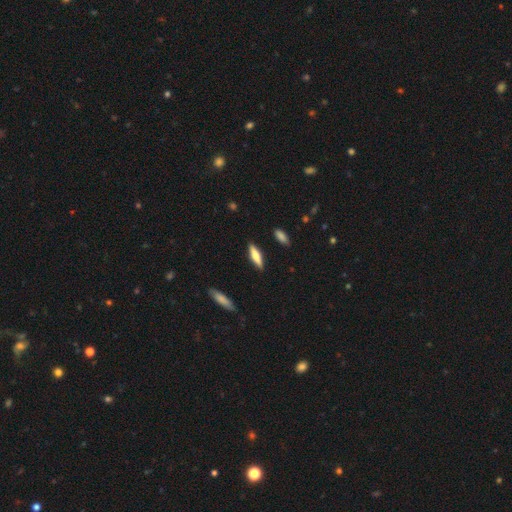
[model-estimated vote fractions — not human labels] A smooth galaxy with no disk features (61%) that is cigar-shaped (67%).

Vote fractions:
- Smooth or featured? smooth: 61% / featured or disk: 33% / star or artifact: 6%
- How rounded? cigar-shaped: 67% / in between: 31% / round: 2%
- Merging? none: 88% / minor disturbance: 9% / major disturbance: 2% / merger: 2%